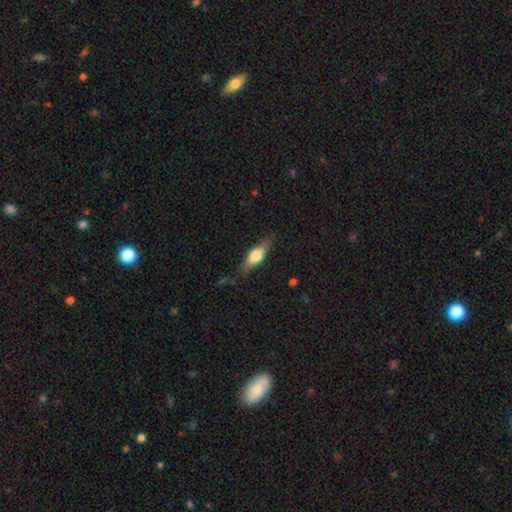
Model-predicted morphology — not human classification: Smooth or featured?
  - smooth: 60% *
  - featured or disk: 33%
  - star or artifact: 6%
How rounded?
  - in between: 62% *
  - cigar-shaped: 34%
  - round: 4%
Merging?
  - none: 73% *
  - minor disturbance: 19%
  - major disturbance: 6%
  - merger: 2%